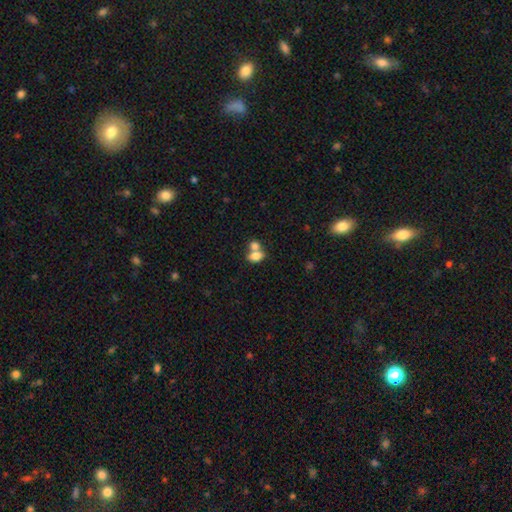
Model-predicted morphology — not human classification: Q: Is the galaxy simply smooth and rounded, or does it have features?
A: smooth — 78%.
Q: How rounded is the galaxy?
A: in between — 82%.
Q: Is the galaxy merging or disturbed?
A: merger — 58%.